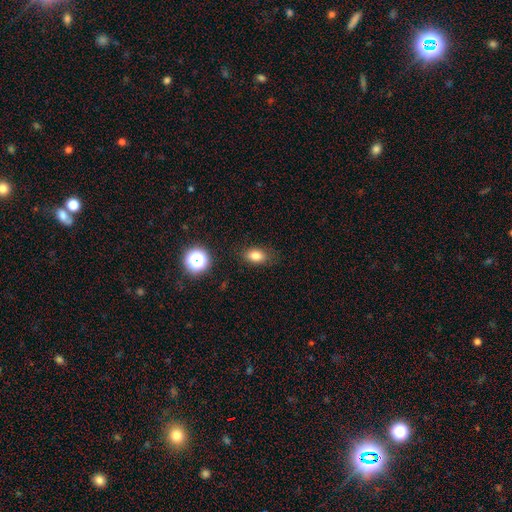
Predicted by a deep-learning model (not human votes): Smooth or featured? smooth (81%)
How rounded? in between (81%)
Merging? none (83%)